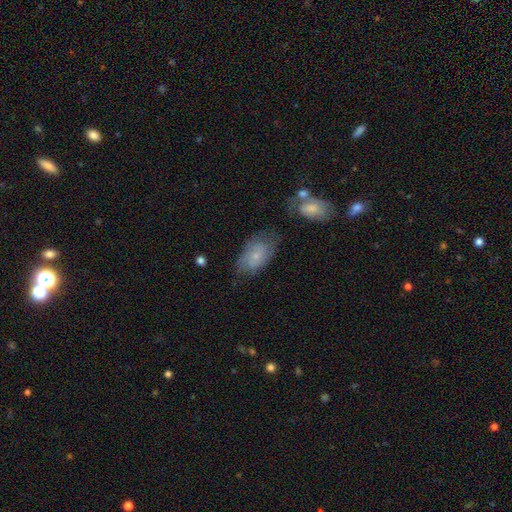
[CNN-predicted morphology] Smooth or featured: smooth — 60% (featured or disk — 32%)
How rounded: in between — 91% (round — 6%)
Merging: none — 52% (minor disturbance — 29%)